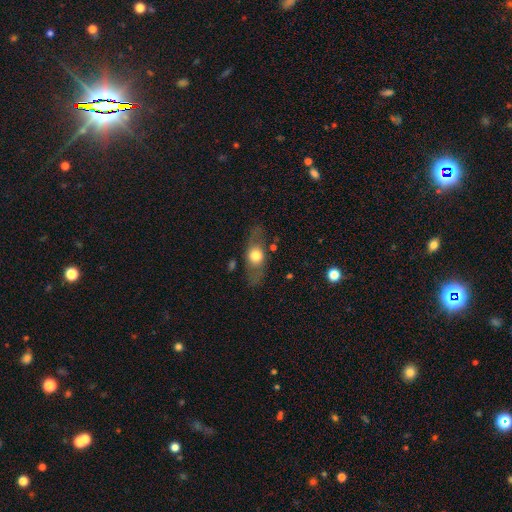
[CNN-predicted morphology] smooth-or-featured: smooth: 53% | featured or disk: 39% | star or artifact: 7%
  how-rounded: in between: 58% | round: 24% | cigar-shaped: 18%
  merging: none: 76% | minor disturbance: 14% | major disturbance: 8% | merger: 2%